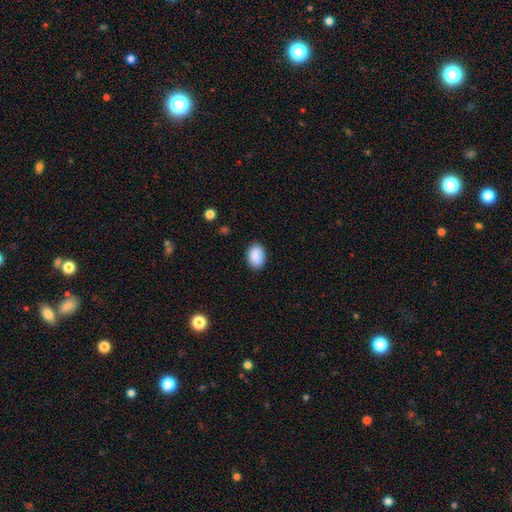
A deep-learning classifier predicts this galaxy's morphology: A smooth galaxy with no disk features (90%) that is in between round and cigar-shaped (81%).

Vote fractions:
- Smooth or featured? smooth: 90% / star or artifact: 7% / featured or disk: 4%
- How rounded? in between: 81% / round: 18% / cigar-shaped: 1%
- Merging? none: 85% / minor disturbance: 11% / major disturbance: 2% / merger: 1%